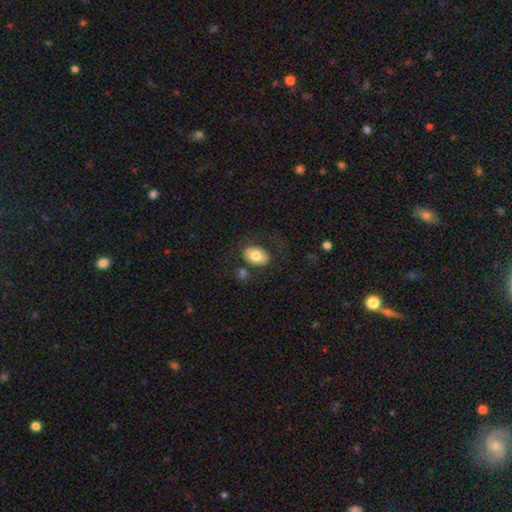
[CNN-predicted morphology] A smooth galaxy with no disk features (74%) that is in between round and cigar-shaped (82%).

Vote fractions:
- Smooth or featured? smooth: 74% / featured or disk: 19% / star or artifact: 7%
- How rounded? in between: 82% / round: 17% / cigar-shaped: 1%
- Merging? none: 66% / minor disturbance: 16% / major disturbance: 10% / merger: 8%